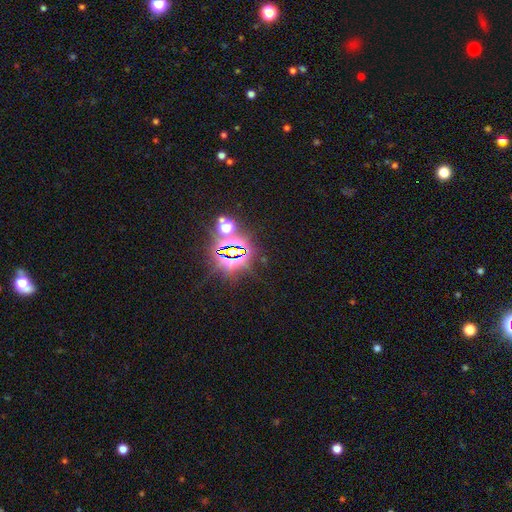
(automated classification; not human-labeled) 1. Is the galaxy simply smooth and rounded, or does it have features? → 82% star or artifact, 10% smooth, 8% featured or disk.